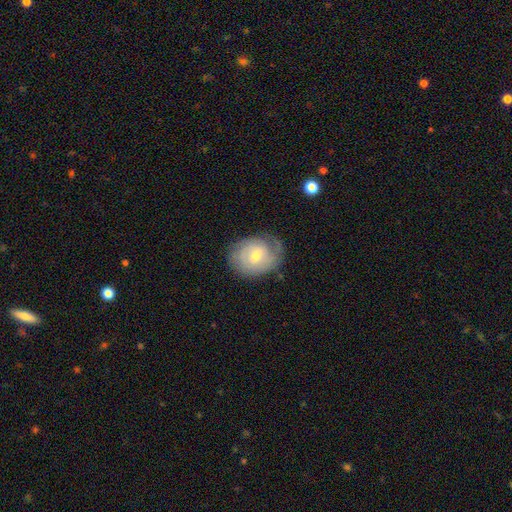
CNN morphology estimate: Smooth or featured: featured or disk — 66% (smooth — 28%)
Edge-on disk: no — 97% (yes — 3%)
Bar: no — 60% (weak — 35%)
Spiral arms: yes — 85% (no — 15%)
Spiral winding: tight — 60% (medium — 29%)
Spiral arm count: 2 — 37% (can't tell — 34%)
Bulge size: small — 53% (moderate — 43%)
Merging: none — 70% (minor disturbance — 20%)